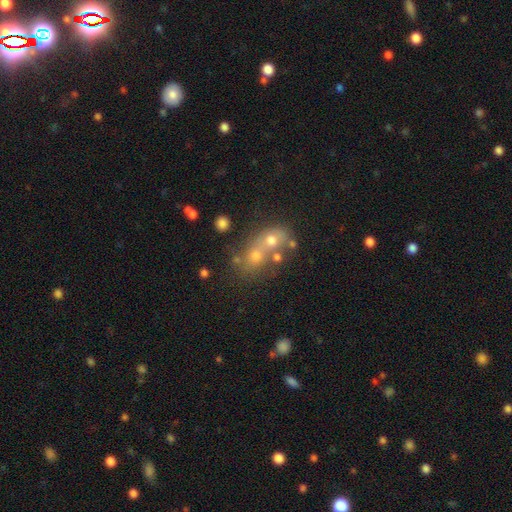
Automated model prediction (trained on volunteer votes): Smooth or featured? smooth (58%)
How rounded? round (55%)
Merging? merger (56%)